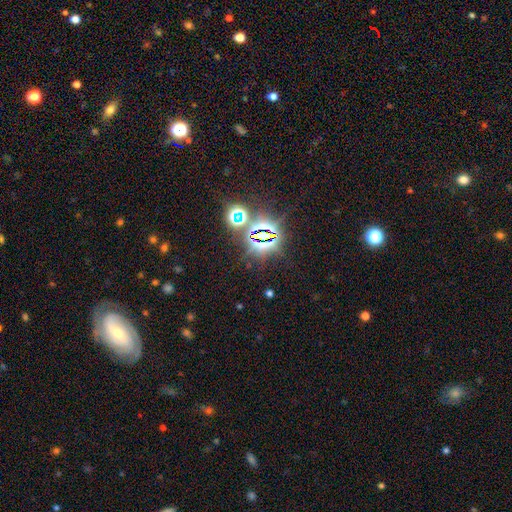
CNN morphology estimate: star or artifact 73%, smooth 15%, featured or disk 13%.